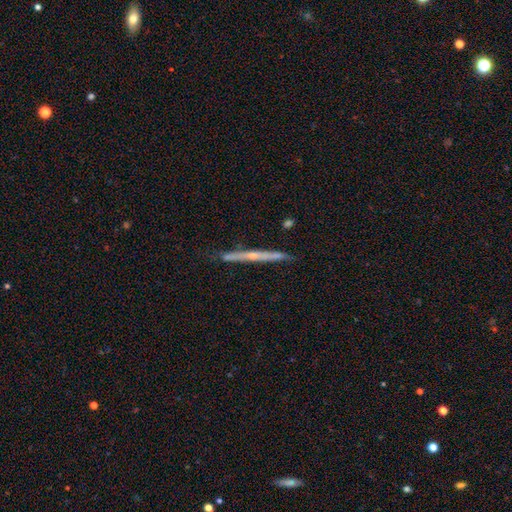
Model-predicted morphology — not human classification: featured or disk 74%, smooth 20%, star or artifact 6%. Down the decision tree: edge-on disk — yes (97%); edge-on bulge — rounded (58%); merging — none (86%).